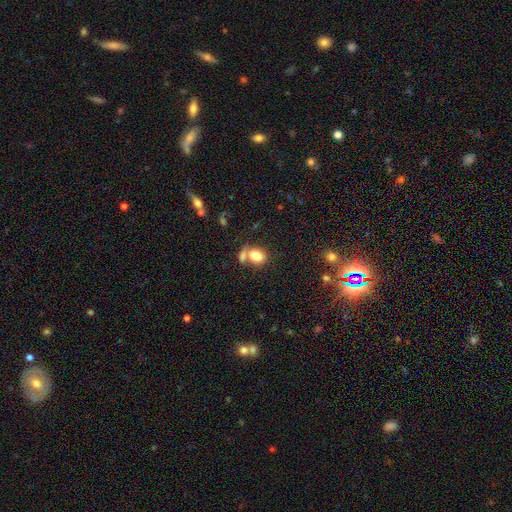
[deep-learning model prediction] smooth-or-featured: smooth: 81% | star or artifact: 10% | featured or disk: 9%
  how-rounded: in between: 71% | round: 27% | cigar-shaped: 1%
  merging: none: 46% | merger: 36% | minor disturbance: 12% | major disturbance: 6%